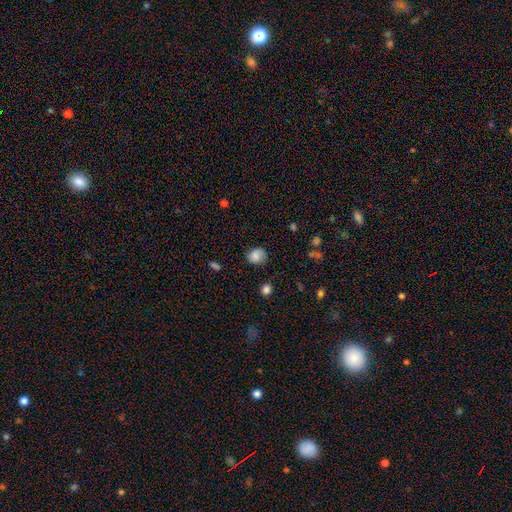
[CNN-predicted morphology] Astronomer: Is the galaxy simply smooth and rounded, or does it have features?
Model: smooth — 77%.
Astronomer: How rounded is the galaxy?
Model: round — 66%.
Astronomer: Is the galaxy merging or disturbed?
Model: none — 67%.